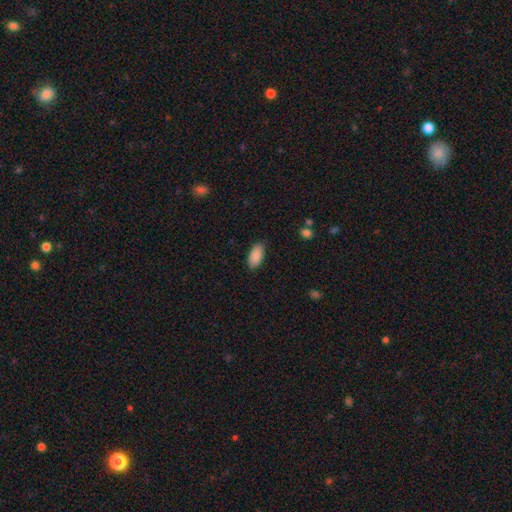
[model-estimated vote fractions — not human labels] This is clearly a smooth galaxy (90%). How rounded: clearly in between (93%). Merging: clearly none (87%).